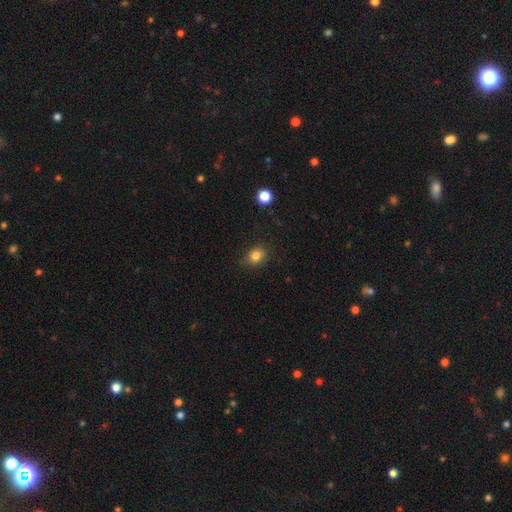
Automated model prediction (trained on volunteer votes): Morphology: type=smooth (84%); roundness=round (56%); merging=none (83%).